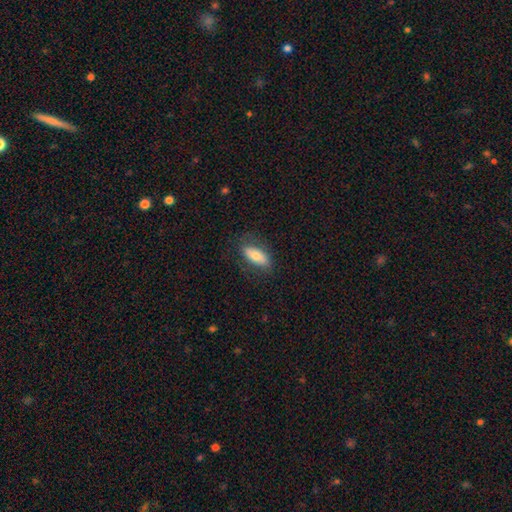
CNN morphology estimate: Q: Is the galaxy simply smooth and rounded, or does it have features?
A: smooth — 70%.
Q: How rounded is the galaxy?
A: in between — 81%.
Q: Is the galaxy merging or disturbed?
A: none — 76%.